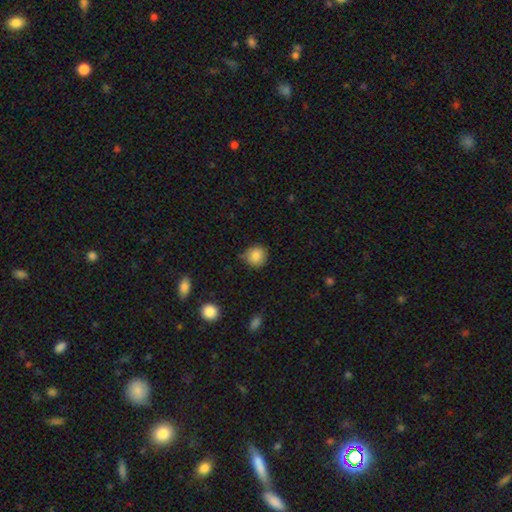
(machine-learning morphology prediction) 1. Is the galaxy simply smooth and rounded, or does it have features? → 86% smooth, 9% star or artifact, 5% featured or disk.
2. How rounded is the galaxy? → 90% round, 9% in between, 1% cigar-shaped.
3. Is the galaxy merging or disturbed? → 77% none, 19% minor disturbance, 3% major disturbance, 2% merger.